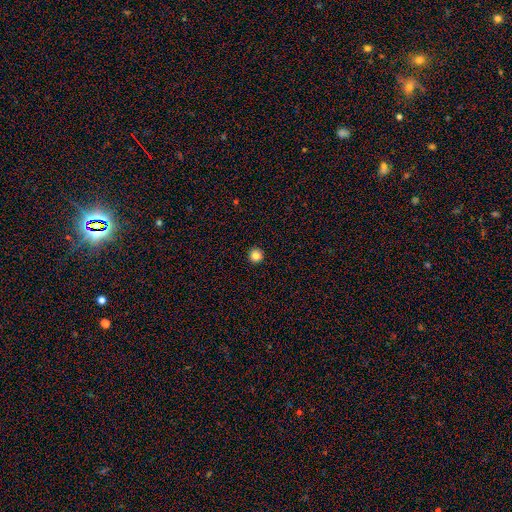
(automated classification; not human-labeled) Smooth or featured: smooth — 85% (star or artifact — 11%)
How rounded: round — 96% (in between — 3%)
Merging: none — 94% (minor disturbance — 4%)